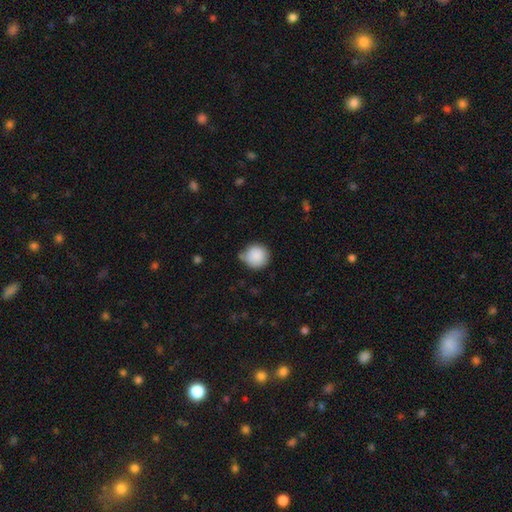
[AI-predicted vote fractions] Smooth or featured? Predicted: smooth (p=0.89). How rounded? Predicted: round (p=0.94). Merging? Predicted: none (p=0.69).